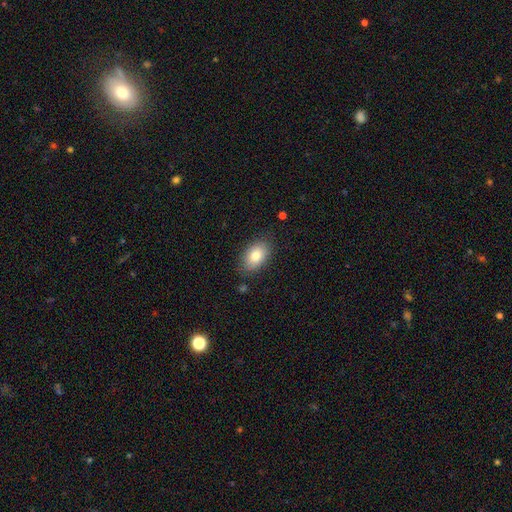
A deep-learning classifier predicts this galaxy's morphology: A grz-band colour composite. It shows a smooth galaxy with no disk features (81%) that is in between round and cigar-shaped (89%). Merging: none (82%).